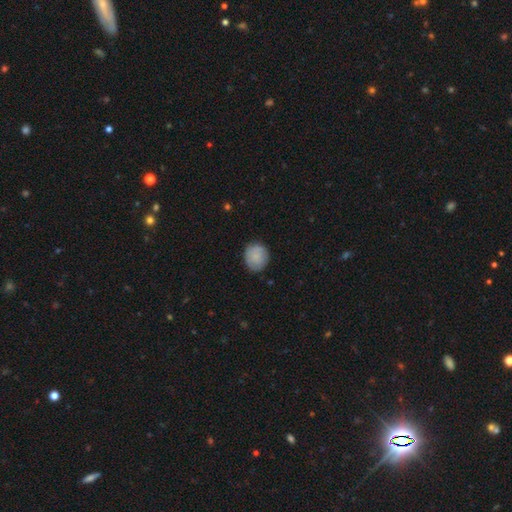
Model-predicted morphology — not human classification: Overall: smooth (83%). How rounded: round (80%). Merging: none (83%).